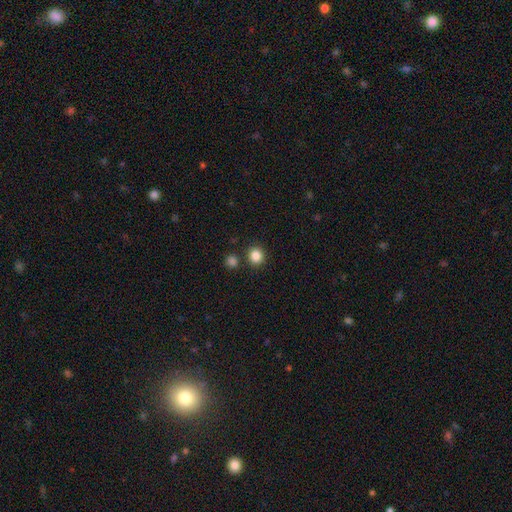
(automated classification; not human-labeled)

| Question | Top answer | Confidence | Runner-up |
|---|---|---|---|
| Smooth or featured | smooth | 85% | star or artifact (11%) |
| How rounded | round | 91% | in between (8%) |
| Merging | none | 85% | minor disturbance (7%) |